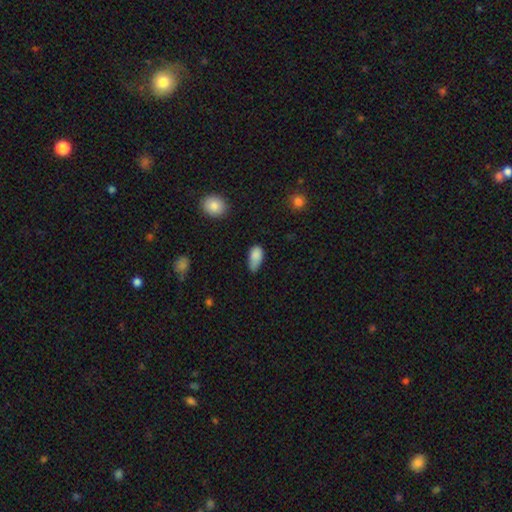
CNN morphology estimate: type=smooth (83%); roundness=in between (91%); merging=minor disturbance (47%).